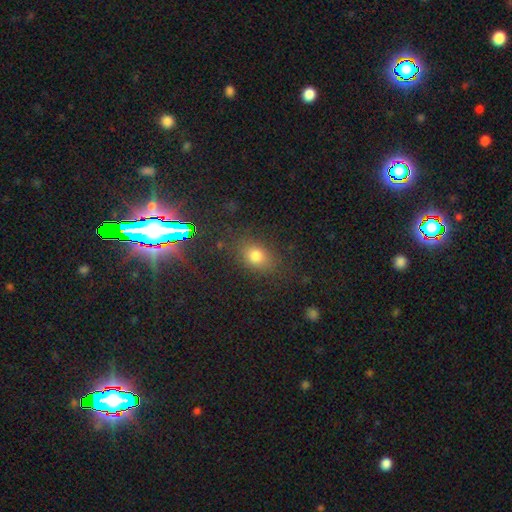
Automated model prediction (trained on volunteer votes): Smooth or featured: smooth — 72% (star or artifact — 19%)
How rounded: in between — 59% (round — 39%)
Merging: none — 79% (minor disturbance — 13%)